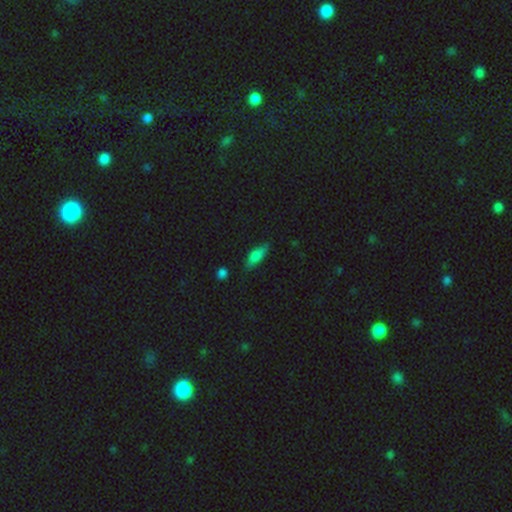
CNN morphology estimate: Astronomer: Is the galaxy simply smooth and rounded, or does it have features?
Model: smooth — 73%.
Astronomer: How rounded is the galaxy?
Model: in between — 68%.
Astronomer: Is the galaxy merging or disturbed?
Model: none — 71%.